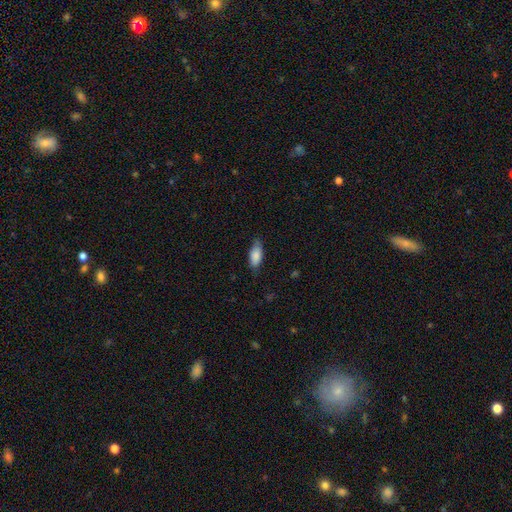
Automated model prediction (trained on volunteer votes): A smooth galaxy with no disk features (84%) that is in between round and cigar-shaped (83%).

Vote fractions:
- Smooth or featured? smooth: 84% / featured or disk: 10% / star or artifact: 6%
- How rounded? in between: 83% / cigar-shaped: 15% / round: 2%
- Merging? none: 68% / minor disturbance: 26% / major disturbance: 5% / merger: 1%